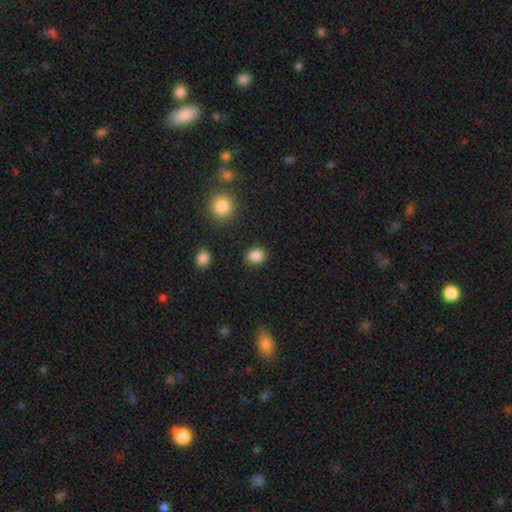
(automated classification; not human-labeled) This is clearly a smooth galaxy (87%). How rounded: possibly round (58%). Merging: clearly none (88%).